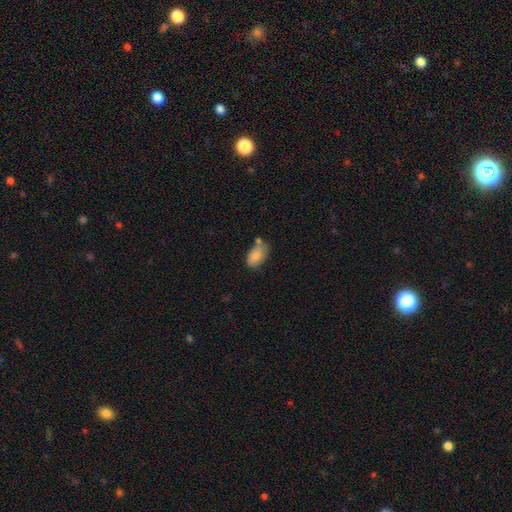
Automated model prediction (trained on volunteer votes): This is clearly a smooth galaxy (83%). How rounded: clearly in between (92%). Merging: possibly none (50%).